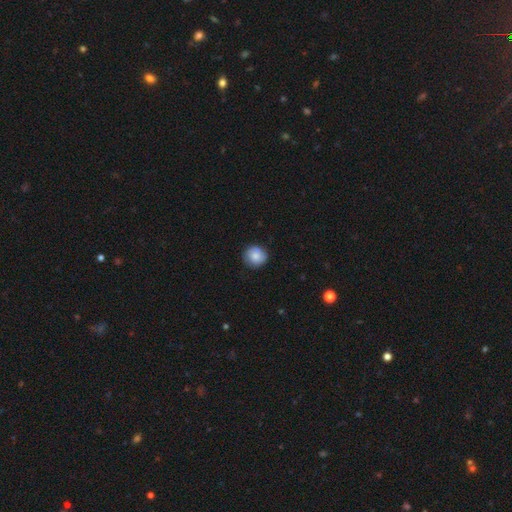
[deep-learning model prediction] This appears to be a smooth galaxy with no disk features (80%) that is round (91%). Merging: none (83%).